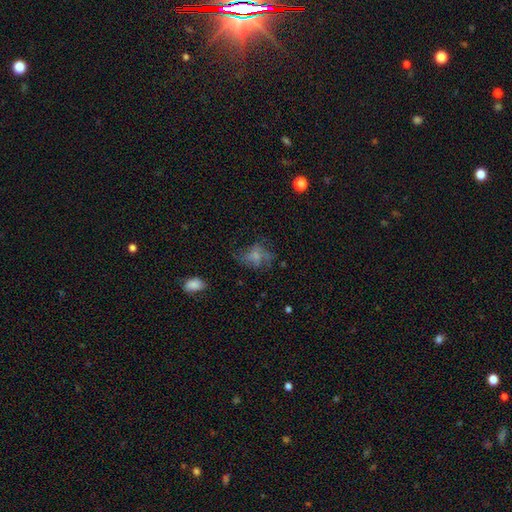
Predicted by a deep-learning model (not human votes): The model was most divided on "smooth or featured": smooth: 44%, featured or disk: 41%, star or artifact: 15%. Remaining: merging — none (42%).